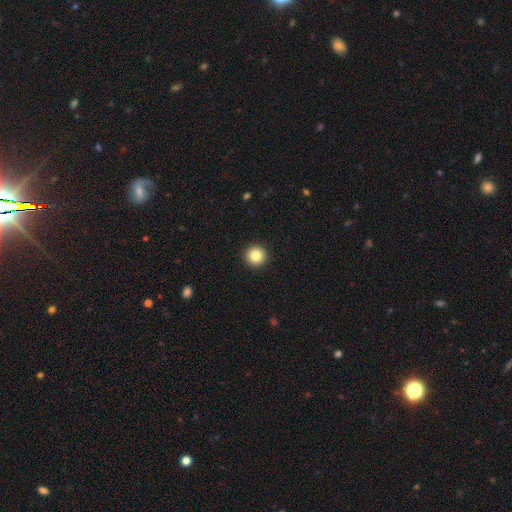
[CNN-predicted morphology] A smooth galaxy with no disk features (85%) that is round (96%). Merging: none (93%).